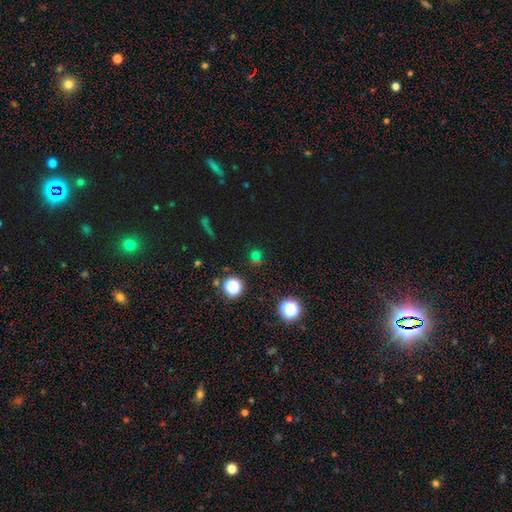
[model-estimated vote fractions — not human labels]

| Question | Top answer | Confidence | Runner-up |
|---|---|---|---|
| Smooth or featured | smooth | 54% | star or artifact (38%) |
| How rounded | round | 91% | in between (8%) |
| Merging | none | 73% | merger (13%) |